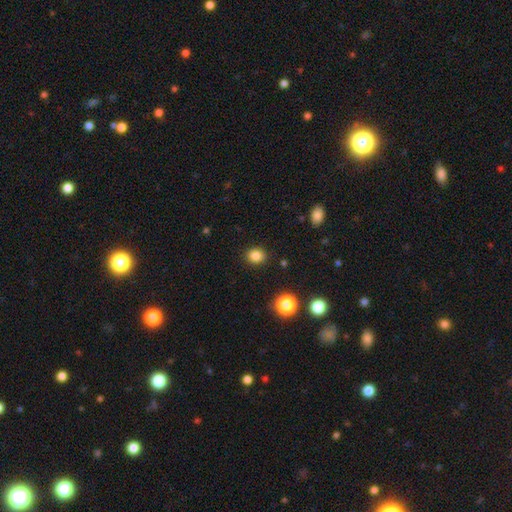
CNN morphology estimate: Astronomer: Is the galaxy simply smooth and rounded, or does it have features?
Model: smooth — 84%.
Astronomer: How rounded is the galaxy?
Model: round — 68%.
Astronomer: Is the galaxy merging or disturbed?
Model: none — 89%.